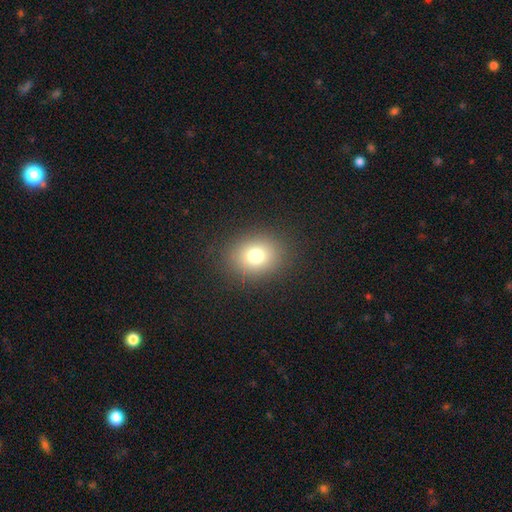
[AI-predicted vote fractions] Morphology: type=smooth (75%); roundness=round (59%); merging=none (87%).